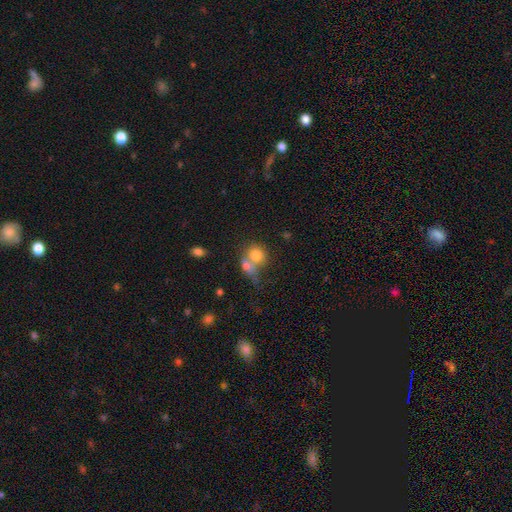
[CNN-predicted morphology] Smooth or featured?
  - smooth: 76% *
  - featured or disk: 15%
  - star or artifact: 9%
How rounded?
  - round: 69% *
  - in between: 29%
  - cigar-shaped: 1%
Merging?
  - merger: 59% *
  - none: 27%
  - minor disturbance: 8%
  - major disturbance: 5%